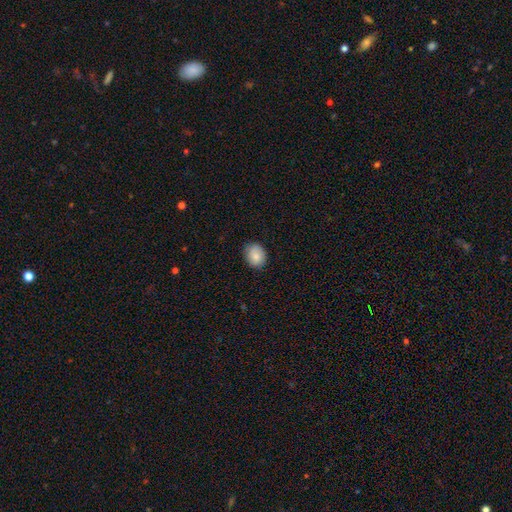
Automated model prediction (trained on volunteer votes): smooth 85%, star or artifact 7%, featured or disk 7%. Down the decision tree: how rounded — in between (51%); merging — none (81%).